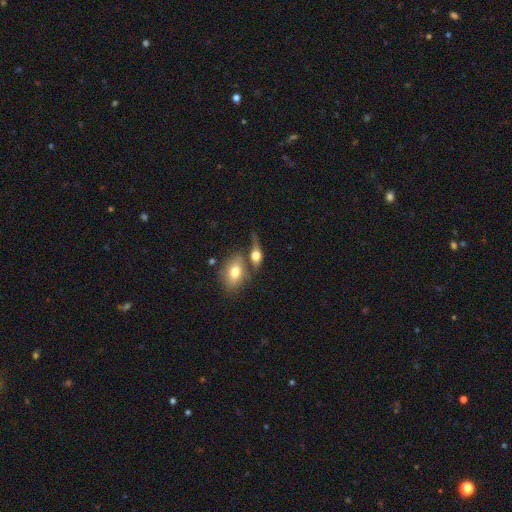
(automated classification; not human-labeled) This appears to be a smooth galaxy with no disk features (61%) that is in between round and cigar-shaped (67%). Merging: none (40%).